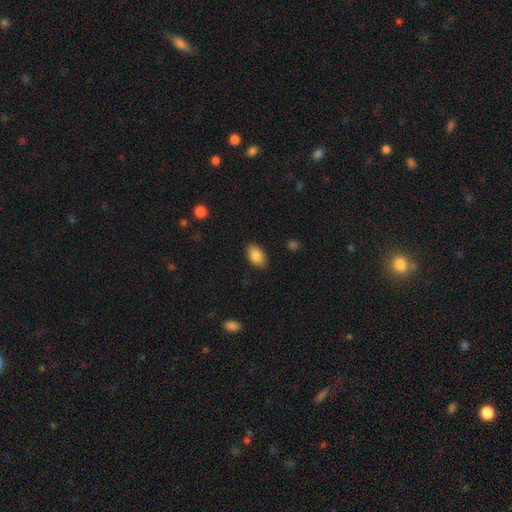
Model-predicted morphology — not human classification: Q: Smooth or featured?
A: smooth (86%); runner-up: star or artifact (7%)
Q: How rounded?
A: in between (92%); runner-up: round (6%)
Q: Merging?
A: none (86%); runner-up: minor disturbance (10%)